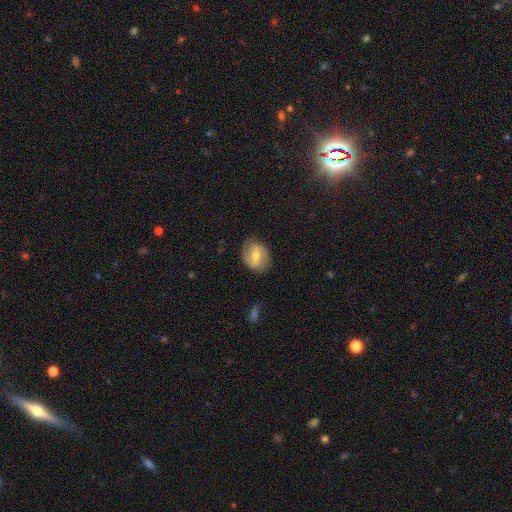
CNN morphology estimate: Smooth or featured?
  - featured or disk: 49% *
  - smooth: 43%
  - star or artifact: 8%
Merging?
  - none: 81% *
  - minor disturbance: 14%
  - major disturbance: 4%
  - merger: 1%